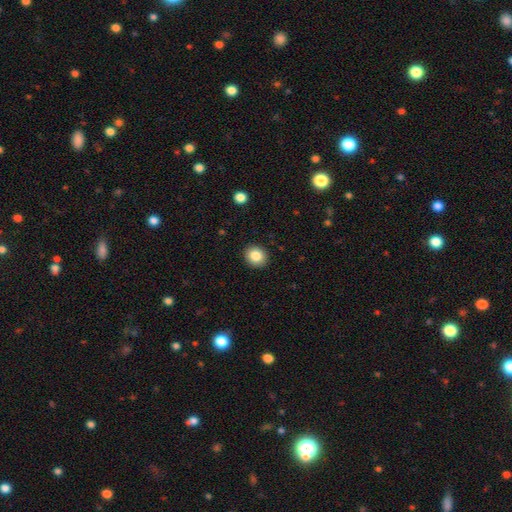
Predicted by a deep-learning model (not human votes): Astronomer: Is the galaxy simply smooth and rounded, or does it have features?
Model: smooth — 85%.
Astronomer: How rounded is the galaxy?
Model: round — 80%.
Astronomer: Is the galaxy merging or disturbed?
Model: none — 92%.